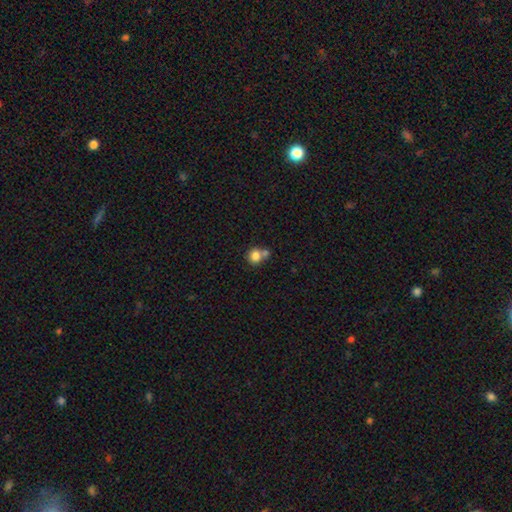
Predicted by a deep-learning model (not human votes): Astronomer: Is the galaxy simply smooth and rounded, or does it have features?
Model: smooth — 81%.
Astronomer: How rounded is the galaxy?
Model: round — 82%.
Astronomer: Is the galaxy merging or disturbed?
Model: none — 44%, tied with merger at 44%.